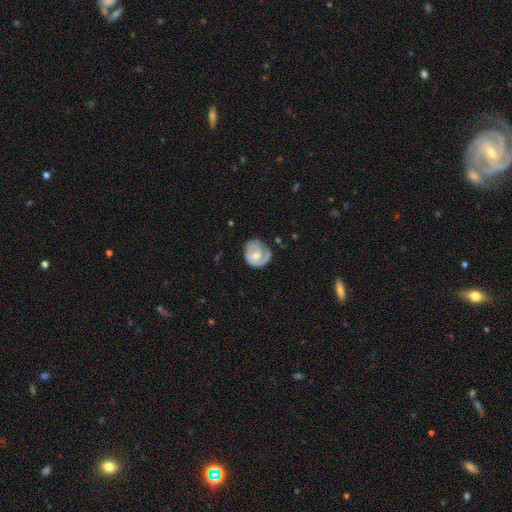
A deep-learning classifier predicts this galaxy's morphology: Smooth or featured?
  - featured or disk: 66% *
  - smooth: 29%
  - star or artifact: 5%
Edge-on disk?
  - no: 98% *
  - yes: 2%
Bar?
  - no: 65% *
  - weak: 30%
  - strong: 5%
Spiral arms?
  - yes: 84% *
  - no: 16%
Spiral winding?
  - tight: 58% *
  - medium: 30%
  - loose: 12%
Spiral arm count?
  - 1: 43% *
  - 2: 33%
  - can't tell: 17%
  - 3: 5%
  - 4: 1%
  - more than 4: 1%
Bulge size?
  - moderate: 56% *
  - small: 29%
  - large: 8%
  - none: 5%
  - dominant: 1%
Merging?
  - none: 61% *
  - minor disturbance: 25%
  - major disturbance: 13%
  - merger: 2%